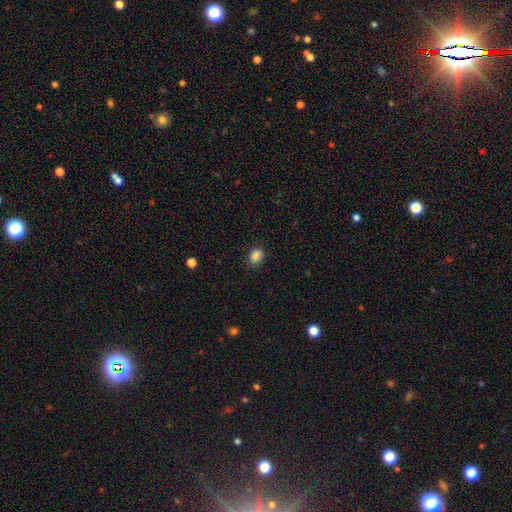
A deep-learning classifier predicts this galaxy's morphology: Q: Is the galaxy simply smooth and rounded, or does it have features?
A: smooth — 86%.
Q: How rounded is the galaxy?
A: in between — 57%.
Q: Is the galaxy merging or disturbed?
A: none — 84%.